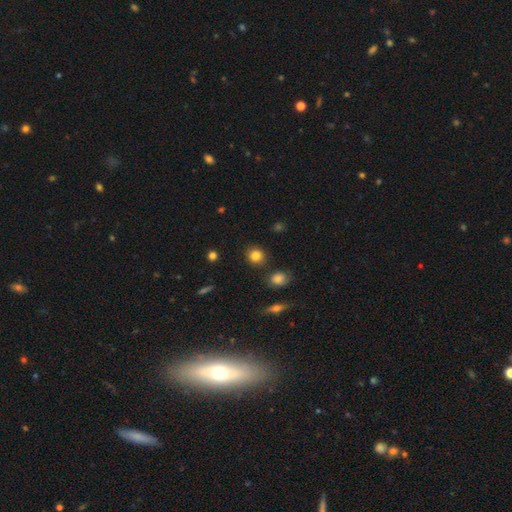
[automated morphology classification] Smooth or featured?
  - smooth: 83% *
  - star or artifact: 10%
  - featured or disk: 6%
How rounded?
  - round: 86% *
  - in between: 13%
  - cigar-shaped: 1%
Merging?
  - none: 87% *
  - minor disturbance: 8%
  - merger: 3%
  - major disturbance: 2%